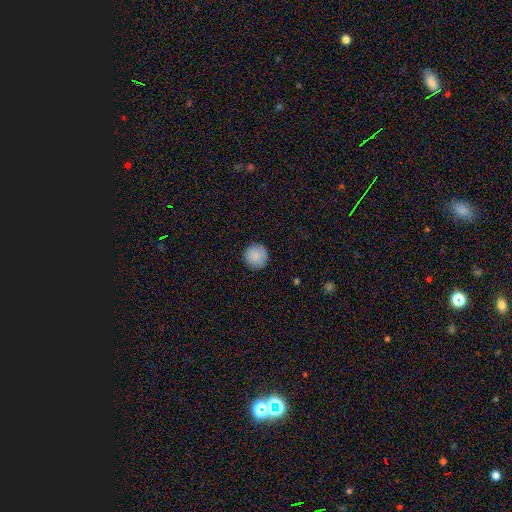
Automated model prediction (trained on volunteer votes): Q: Smooth or featured?
A: smooth (87%); runner-up: star or artifact (7%)
Q: How rounded?
A: round (96%); runner-up: in between (3%)
Q: Merging?
A: none (91%); runner-up: minor disturbance (6%)